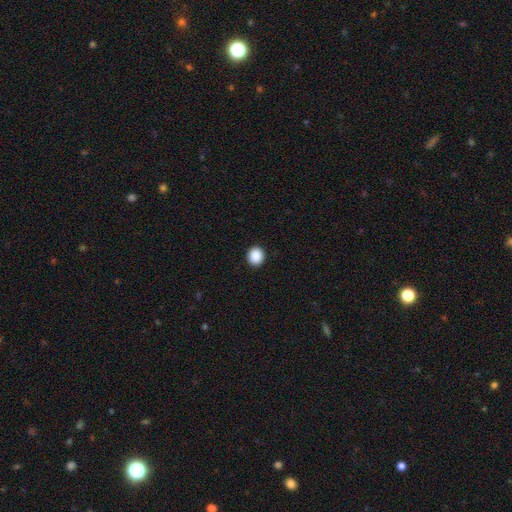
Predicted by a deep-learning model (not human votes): Smooth or featured?
  - smooth: 89% *
  - star or artifact: 9%
  - featured or disk: 2%
How rounded?
  - round: 85% *
  - in between: 14%
  - cigar-shaped: 1%
Merging?
  - none: 93% *
  - minor disturbance: 5%
  - major disturbance: 2%
  - merger: 1%